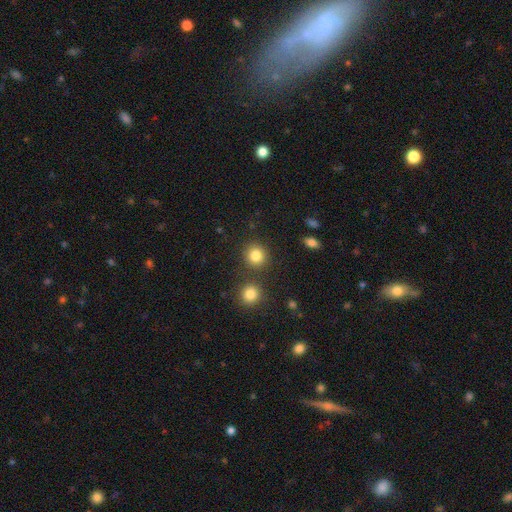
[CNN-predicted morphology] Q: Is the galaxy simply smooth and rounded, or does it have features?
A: smooth — 84%.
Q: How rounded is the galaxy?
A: round — 89%.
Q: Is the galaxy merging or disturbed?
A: none — 82%.